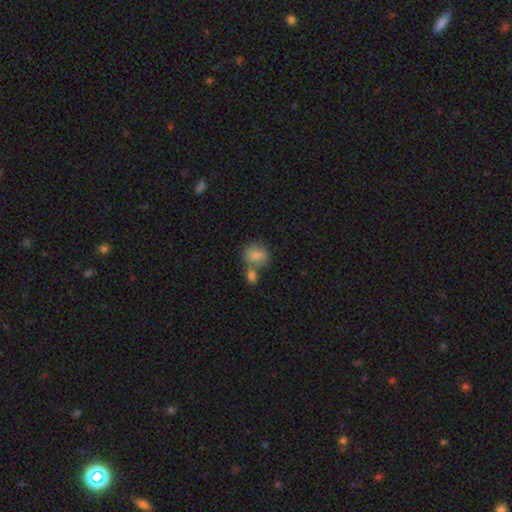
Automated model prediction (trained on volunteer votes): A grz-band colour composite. It shows a smooth galaxy with no disk features (80%) that is round (55%). Merging: merger (41%).